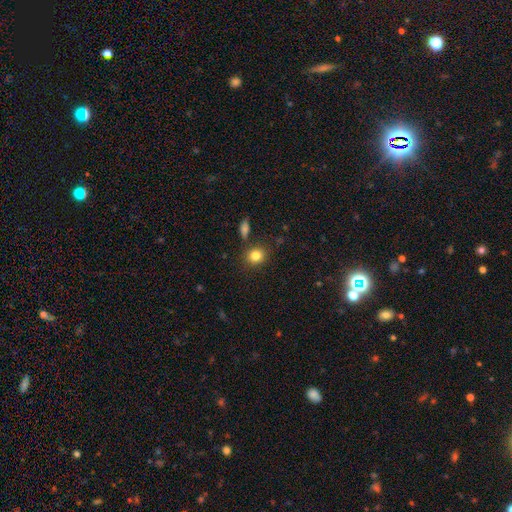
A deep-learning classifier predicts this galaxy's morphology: smooth-or-featured: smooth: 83% | star or artifact: 11% | featured or disk: 6%
  how-rounded: round: 76% | in between: 23% | cigar-shaped: 1%
  merging: none: 81% | minor disturbance: 10% | merger: 6% | major disturbance: 3%